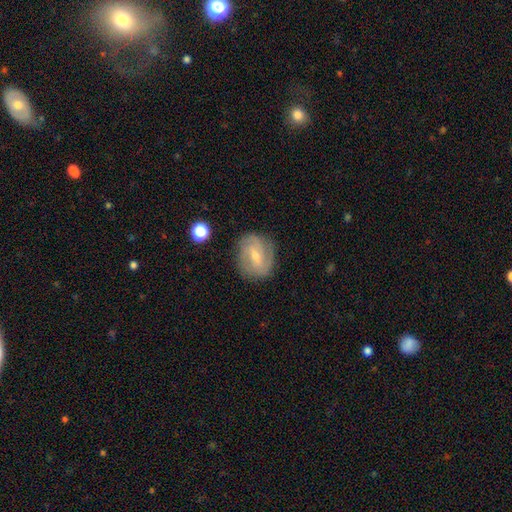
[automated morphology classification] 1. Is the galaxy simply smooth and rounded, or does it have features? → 66% featured or disk, 27% smooth, 8% star or artifact.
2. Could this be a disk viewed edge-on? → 96% no, 4% yes.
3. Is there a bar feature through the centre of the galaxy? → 53% weak, 28% no, 20% strong.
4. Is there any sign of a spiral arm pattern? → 84% yes, 16% no.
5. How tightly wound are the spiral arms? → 44% tight, 38% medium, 18% loose.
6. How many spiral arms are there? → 40% 2, 31% can't tell, 17% 3, 5% 4, 4% 1, 3% more than 4.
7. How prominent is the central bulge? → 59% small, 37% moderate, 2% none, 1% large, 1% dominant.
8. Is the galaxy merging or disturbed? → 78% none, 15% minor disturbance, 5% major disturbance, 2% merger.